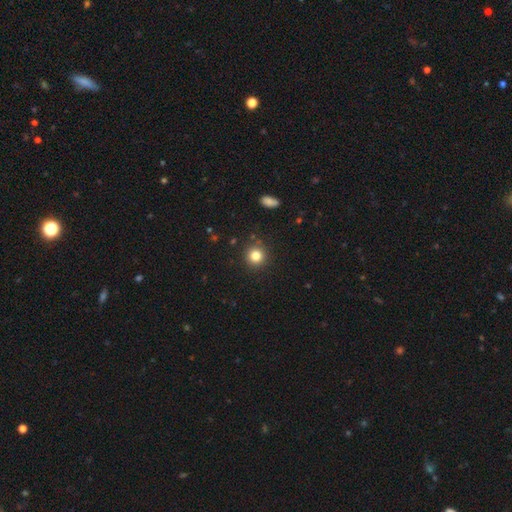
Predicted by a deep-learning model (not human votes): smooth_or_featured: smooth (p=0.81) [alt: star or artifact p=0.12]
how_rounded: round (p=0.93) [alt: in between p=0.06]
merging: none (p=0.89) [alt: minor disturbance p=0.07]